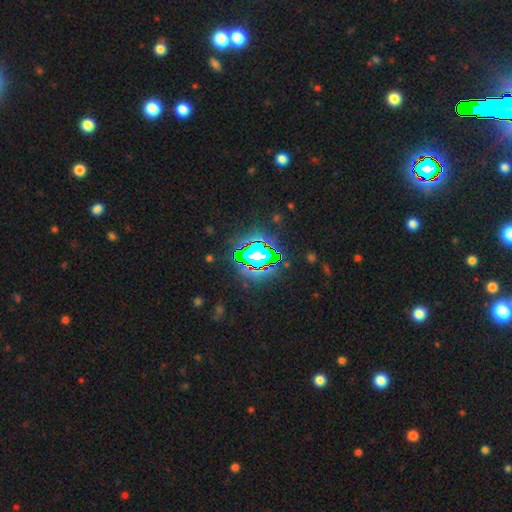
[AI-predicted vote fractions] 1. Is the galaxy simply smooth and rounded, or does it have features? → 68% star or artifact, 19% smooth, 14% featured or disk.